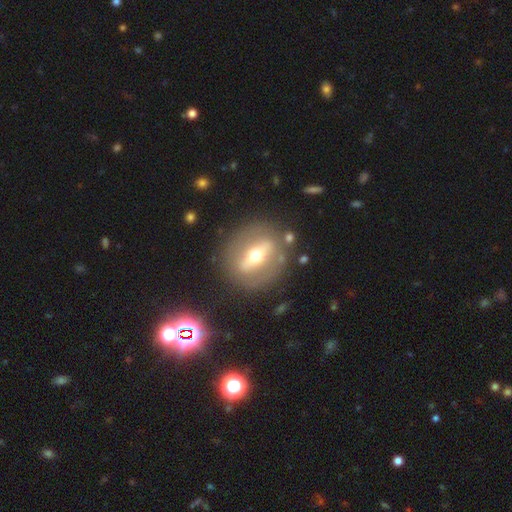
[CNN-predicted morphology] Overall: featured or disk (68%). Edge-on disk: no (70%; yes 30%). Merging: none (81%).